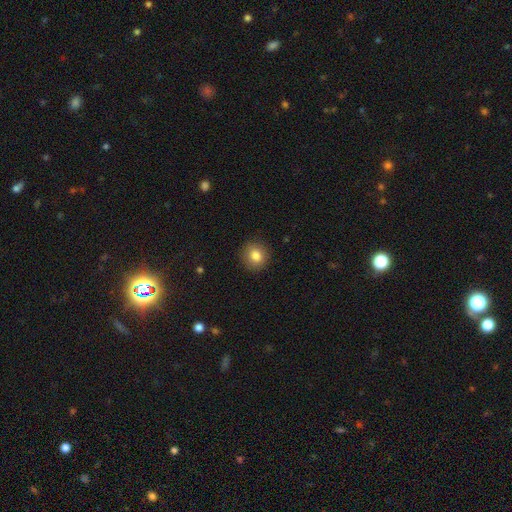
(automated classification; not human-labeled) A smooth galaxy with no disk features (82%) that is round (87%). Merging: none (90%).